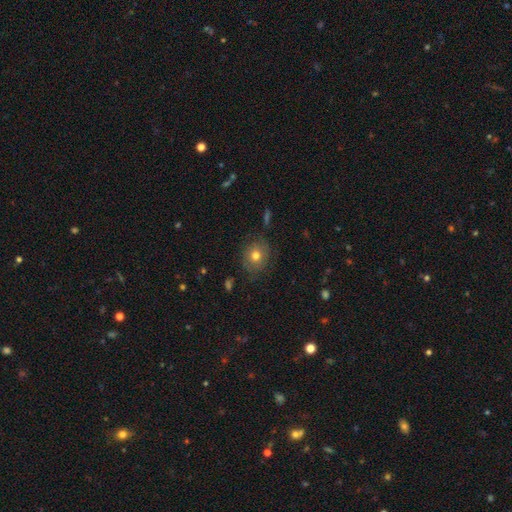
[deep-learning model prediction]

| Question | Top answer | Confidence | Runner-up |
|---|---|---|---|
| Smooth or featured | smooth | 65% | featured or disk (23%) |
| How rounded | round | 74% | in between (25%) |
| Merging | none | 78% | minor disturbance (15%) |